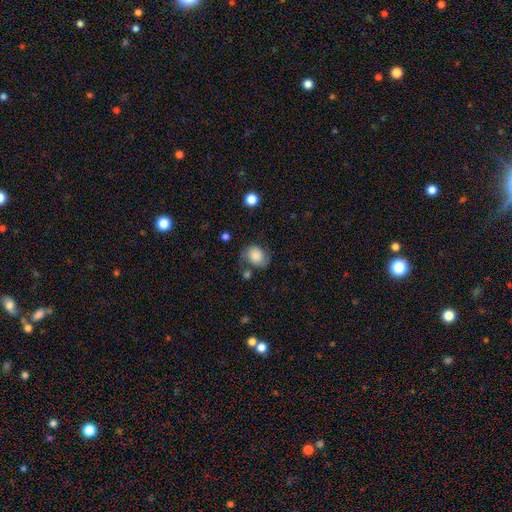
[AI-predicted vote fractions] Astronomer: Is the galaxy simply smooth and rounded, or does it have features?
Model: smooth — 67%.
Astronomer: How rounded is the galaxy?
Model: round — 50% (runner-up: in between, 49%).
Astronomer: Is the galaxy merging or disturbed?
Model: none — 60%.